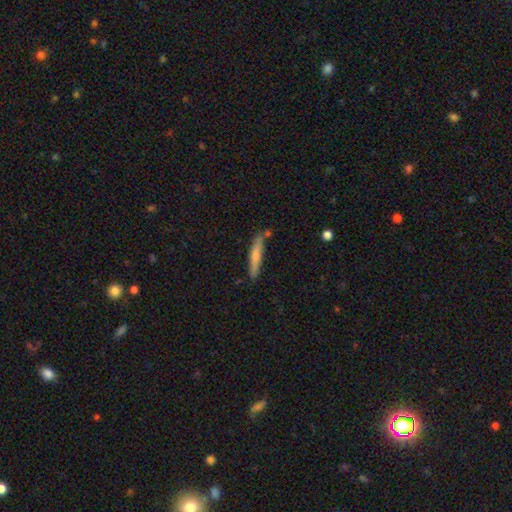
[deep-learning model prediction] This appears to be a smooth galaxy with no disk features (65%) that is cigar-shaped (92%). Merging: none (77%).